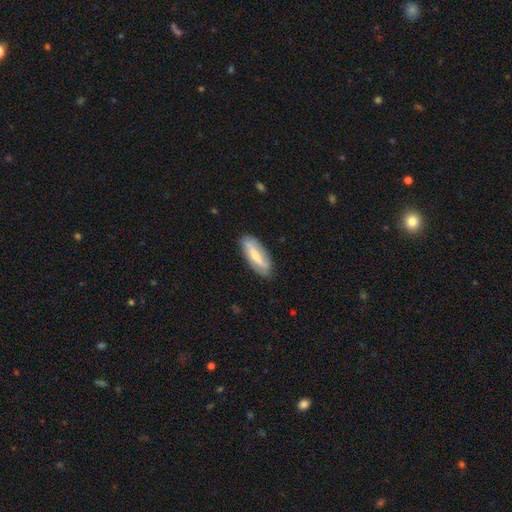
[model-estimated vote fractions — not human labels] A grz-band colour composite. It shows a featured or disk galaxy (53%). Merging: none (83%).